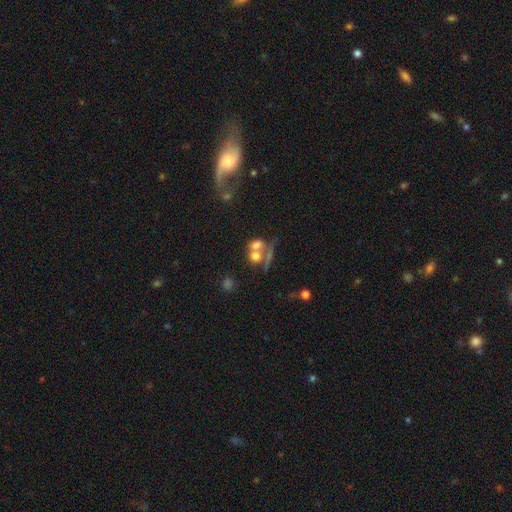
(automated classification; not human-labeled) The model was most divided on "how rounded": round: 59%, in between: 37%, cigar-shaped: 4%. More confident: smooth or featured — smooth (60%); merging — merger (55%).